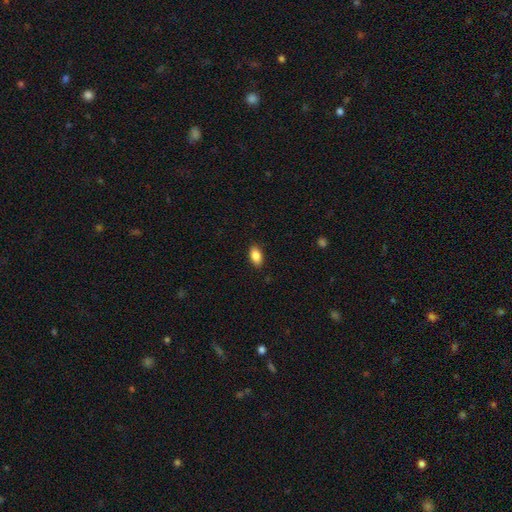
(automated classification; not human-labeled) Smooth or featured? Predicted: smooth (p=0.86). How rounded? Predicted: in between (p=0.91). Merging? Predicted: none (p=0.89).